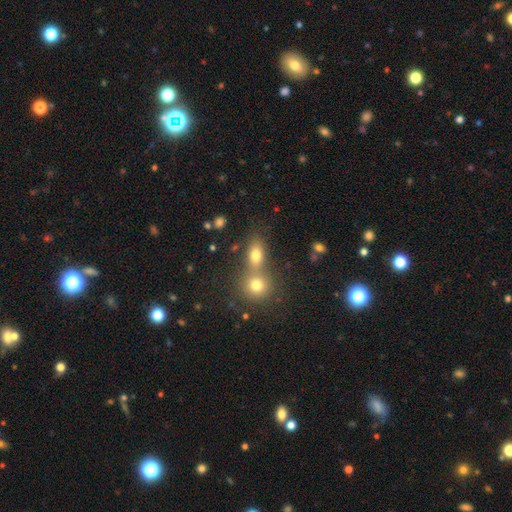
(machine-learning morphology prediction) Smooth or featured? Predicted: smooth (p=0.76). How rounded? Predicted: in between (p=0.67). Merging? Predicted: merger (p=0.45).